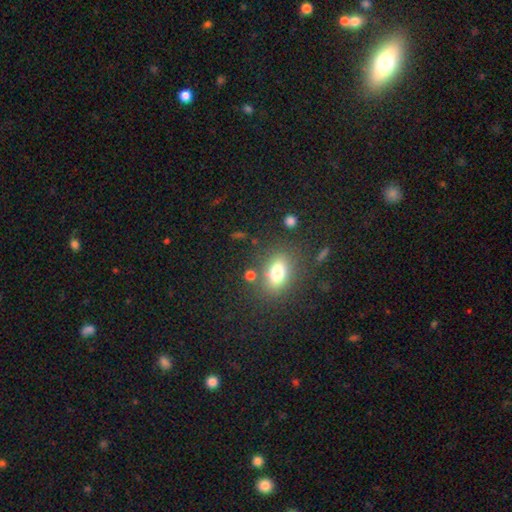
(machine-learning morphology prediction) Q: Smooth or featured?
A: smooth (64%); runner-up: star or artifact (25%)
Q: How rounded?
A: in between (59%); runner-up: round (38%)
Q: Merging?
A: none (82%); runner-up: minor disturbance (10%)